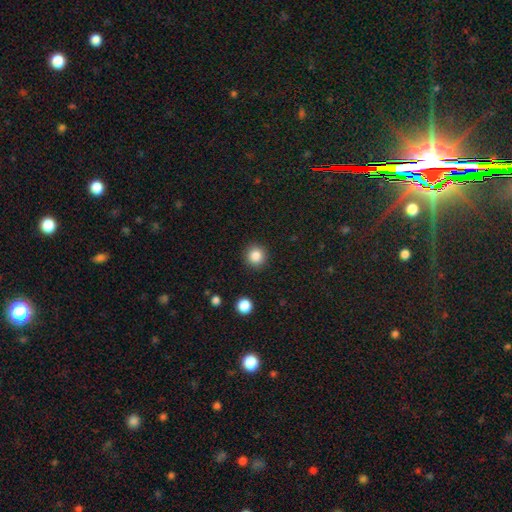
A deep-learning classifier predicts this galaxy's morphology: smooth-or-featured: smooth: 85% | star or artifact: 11% | featured or disk: 4%
  how-rounded: round: 94% | in between: 5% | cigar-shaped: 1%
  merging: none: 91% | minor disturbance: 6% | major disturbance: 2% | merger: 1%